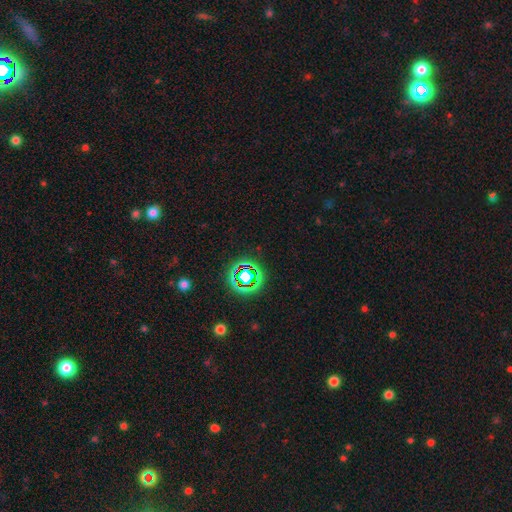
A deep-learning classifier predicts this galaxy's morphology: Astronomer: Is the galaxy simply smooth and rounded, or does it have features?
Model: star or artifact — 66%.